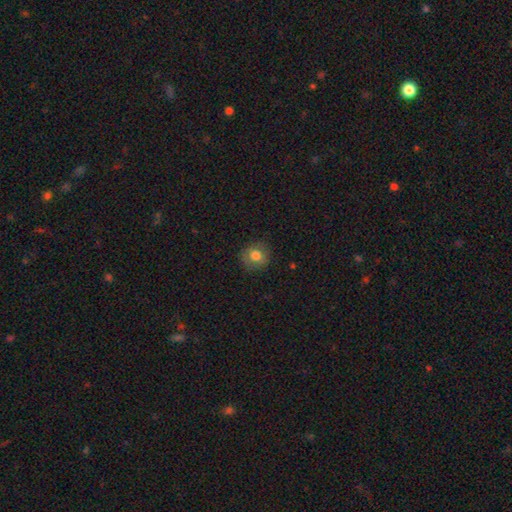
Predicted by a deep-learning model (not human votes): smooth-or-featured: smooth: 77% | featured or disk: 13% | star or artifact: 10%
  how-rounded: round: 85% | in between: 14% | cigar-shaped: 1%
  merging: none: 83% | minor disturbance: 12% | major disturbance: 4% | merger: 1%